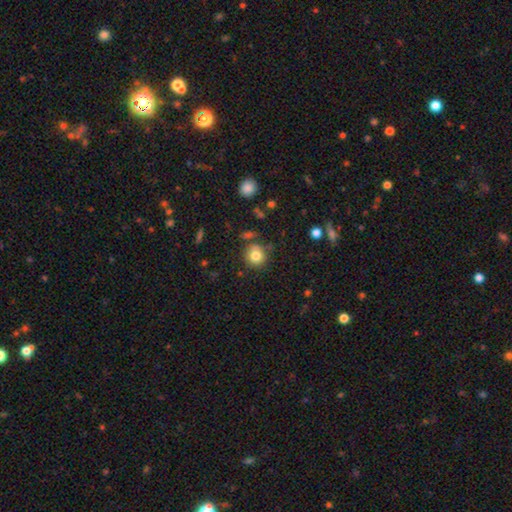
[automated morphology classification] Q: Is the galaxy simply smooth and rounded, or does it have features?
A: smooth — 81%.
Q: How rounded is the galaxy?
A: round — 89%.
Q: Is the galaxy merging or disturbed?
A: none — 76%.